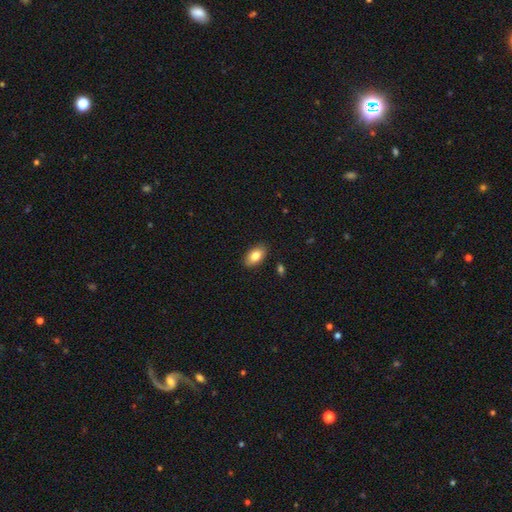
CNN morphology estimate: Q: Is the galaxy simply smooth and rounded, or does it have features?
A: smooth — 83%.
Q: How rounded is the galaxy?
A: in between — 92%.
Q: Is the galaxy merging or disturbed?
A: none — 88%.